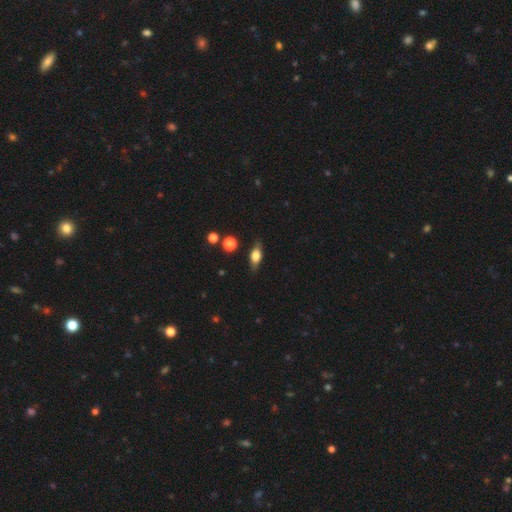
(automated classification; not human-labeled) Smooth or featured? smooth (62%)
How rounded? in between (73%)
Merging? none (82%)